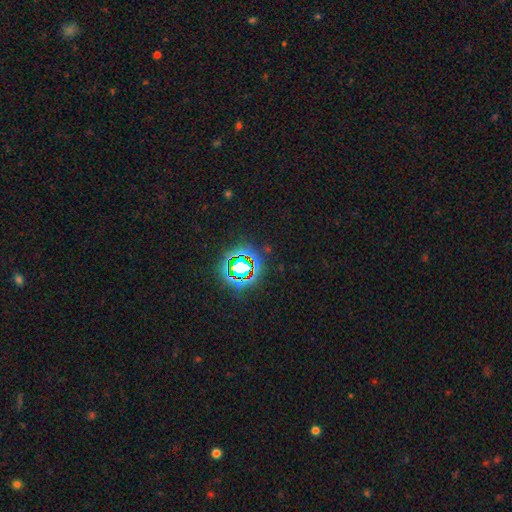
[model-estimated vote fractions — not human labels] smooth-or-featured: star or artifact: 78% | smooth: 15% | featured or disk: 7%